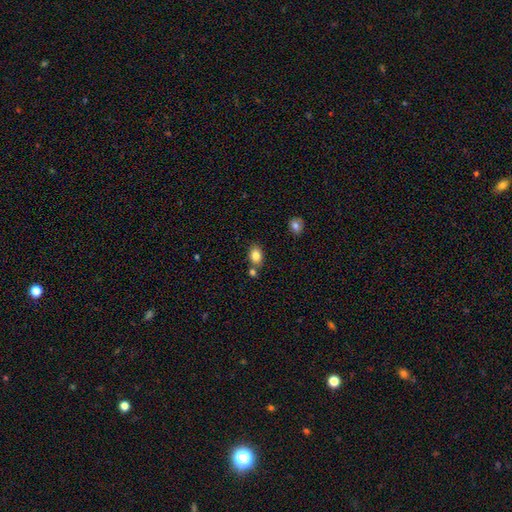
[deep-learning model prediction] smooth-or-featured: smooth: 83% | star or artifact: 9% | featured or disk: 8%
  how-rounded: in between: 75% | round: 24% | cigar-shaped: 1%
  merging: none: 69% | merger: 15% | minor disturbance: 13% | major disturbance: 3%